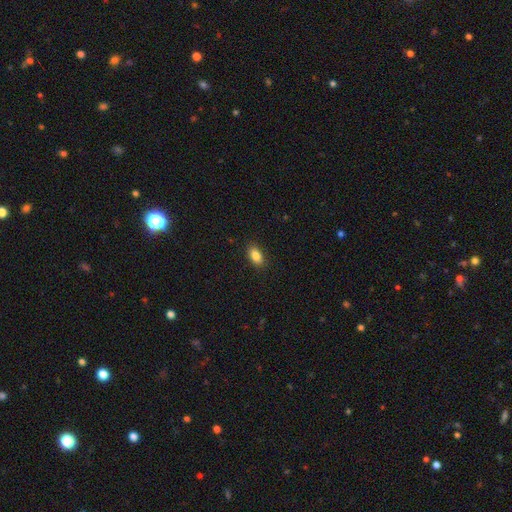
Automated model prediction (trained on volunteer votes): Smooth or featured? Predicted: smooth (p=0.85). How rounded? Predicted: in between (p=0.90). Merging? Predicted: none (p=0.89).